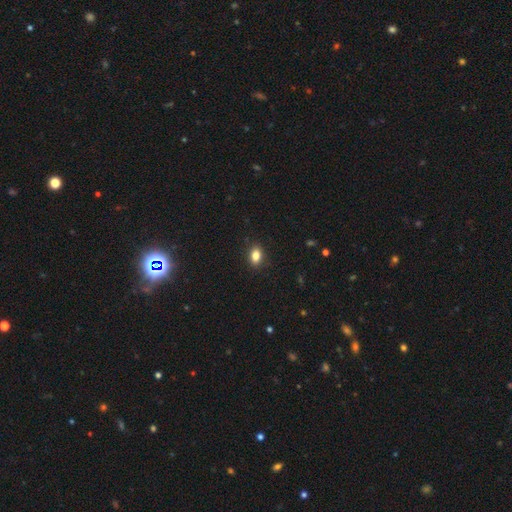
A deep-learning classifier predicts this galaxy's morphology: type=smooth (85%); roundness=in between (83%); merging=none (88%).